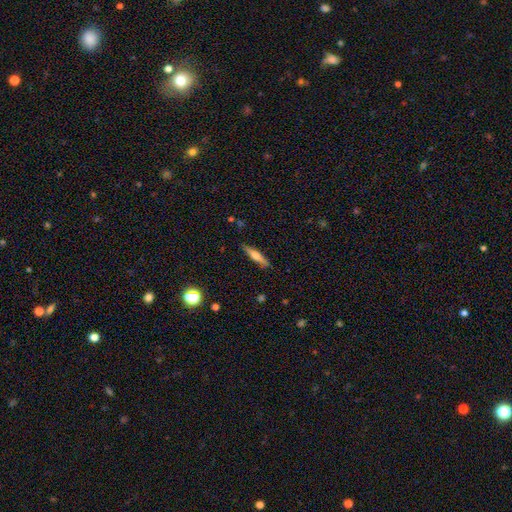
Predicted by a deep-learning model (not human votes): A featured or disk galaxy (49%). Merging: none (88%).